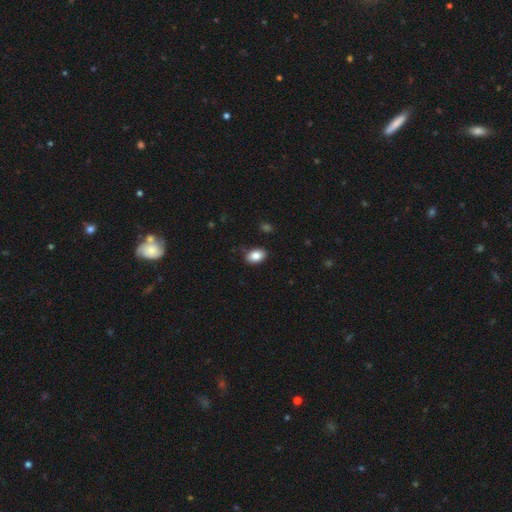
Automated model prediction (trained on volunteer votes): Q: Smooth or featured?
A: smooth (85%); runner-up: star or artifact (8%)
Q: How rounded?
A: in between (85%); runner-up: round (14%)
Q: Merging?
A: none (84%); runner-up: minor disturbance (13%)